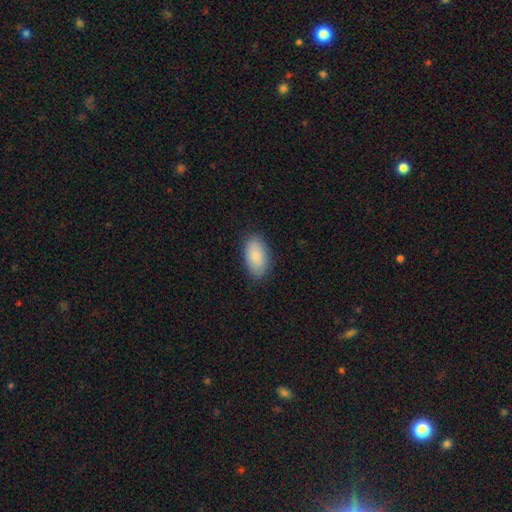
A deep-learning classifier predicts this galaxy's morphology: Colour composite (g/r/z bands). It shows a smooth galaxy with no disk features (88%) that is in between round and cigar-shaped (95%). Merging: none (86%).